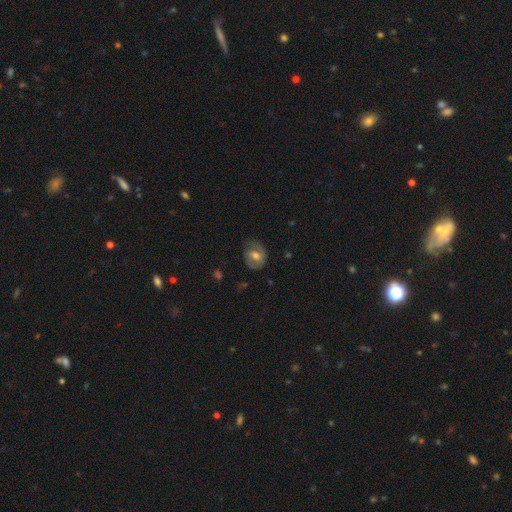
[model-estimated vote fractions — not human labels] A smooth galaxy with no disk features (46%, tied with featured or disk). Merging: none (66%).